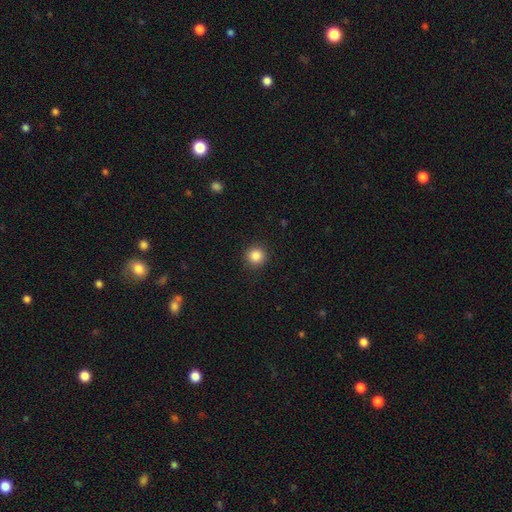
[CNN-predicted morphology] The model was most divided on "smooth or featured": smooth: 86%, star or artifact: 10%, featured or disk: 4%. More confident: how rounded — round (94%); merging — none (91%).